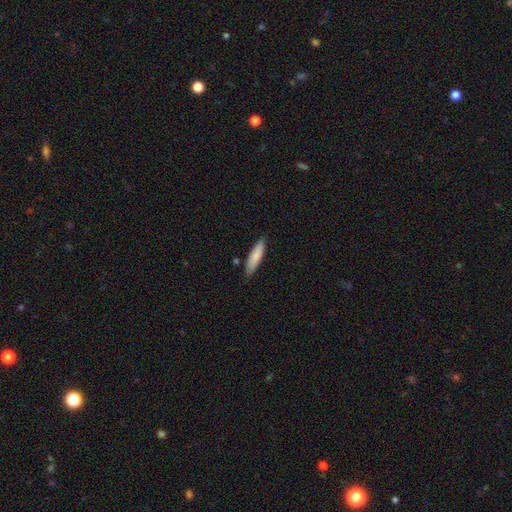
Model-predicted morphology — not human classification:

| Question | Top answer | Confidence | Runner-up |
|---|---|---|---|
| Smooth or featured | smooth | 84% | featured or disk (10%) |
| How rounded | cigar-shaped | 68% | in between (31%) |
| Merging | none | 82% | minor disturbance (14%) |